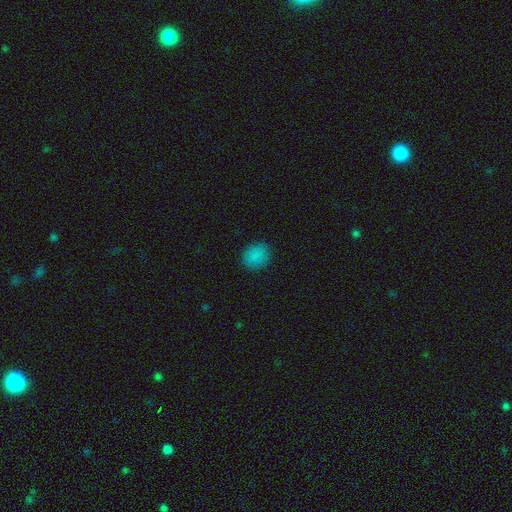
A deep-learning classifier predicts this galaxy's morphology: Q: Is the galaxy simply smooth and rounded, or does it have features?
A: smooth — 85%.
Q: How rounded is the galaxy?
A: round — 67%.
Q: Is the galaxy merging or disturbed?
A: none — 88%.